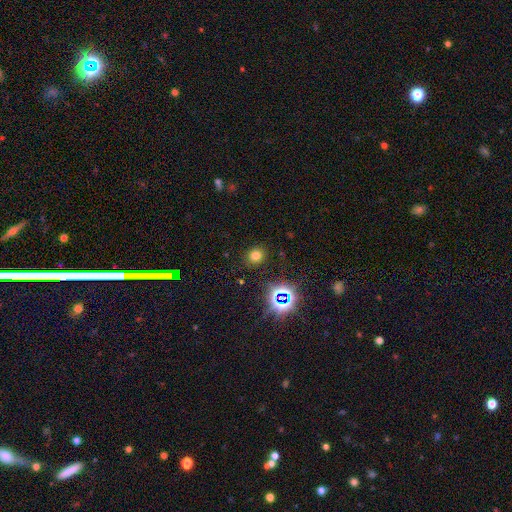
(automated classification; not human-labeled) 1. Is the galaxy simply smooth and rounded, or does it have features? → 69% smooth, 24% star or artifact, 7% featured or disk.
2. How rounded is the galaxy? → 76% round, 23% in between, 1% cigar-shaped.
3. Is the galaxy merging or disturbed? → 88% none, 8% minor disturbance, 3% major disturbance, 1% merger.